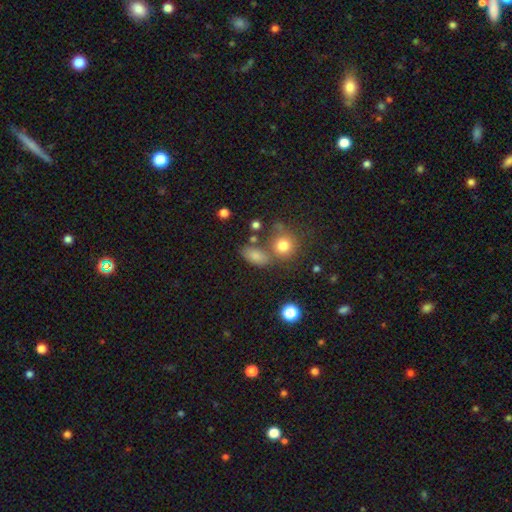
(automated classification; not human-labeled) Smooth or featured?
  - smooth: 77% *
  - star or artifact: 14%
  - featured or disk: 9%
How rounded?
  - in between: 80% *
  - round: 15%
  - cigar-shaped: 5%
Merging?
  - none: 61% *
  - merger: 17%
  - minor disturbance: 15%
  - major disturbance: 6%